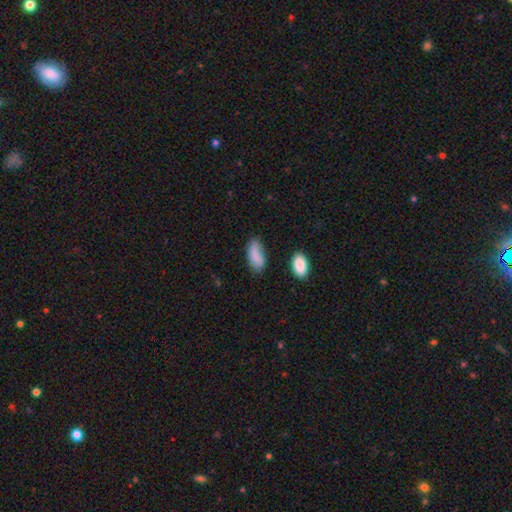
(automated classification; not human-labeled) Smooth or featured: smooth — 80% (featured or disk — 12%)
How rounded: in between — 91% (cigar-shaped — 6%)
Merging: none — 60% (minor disturbance — 28%)